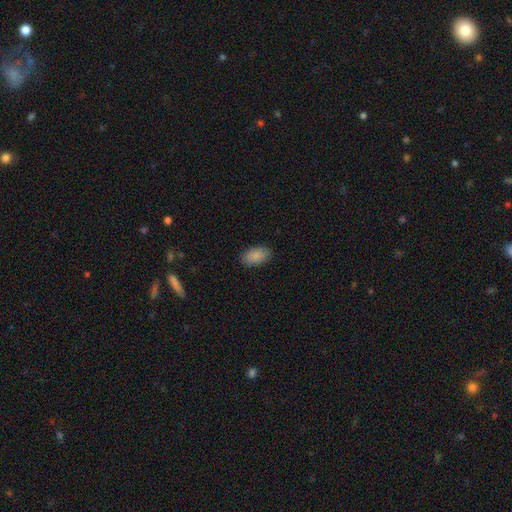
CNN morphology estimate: A smooth galaxy with no disk features (89%) that is in between round and cigar-shaped (93%). Merging: none (87%).